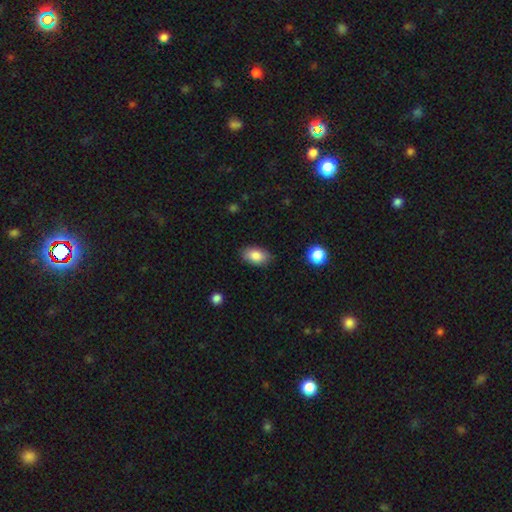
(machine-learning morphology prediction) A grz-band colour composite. It shows a smooth galaxy with no disk features (85%) that is in between round and cigar-shaped (90%). Merging: none (84%).